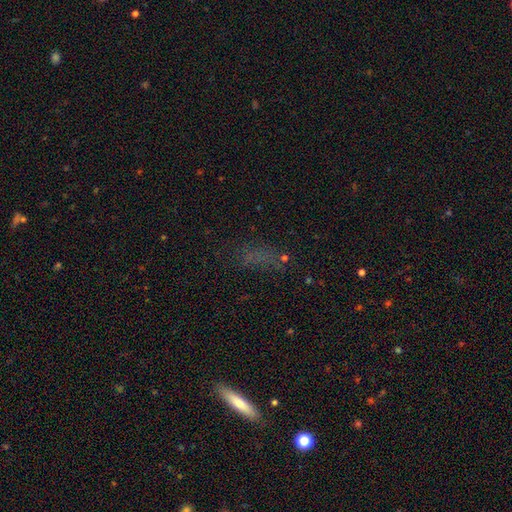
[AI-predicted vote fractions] Smooth or featured? smooth (49%)
Merging? none (70%)